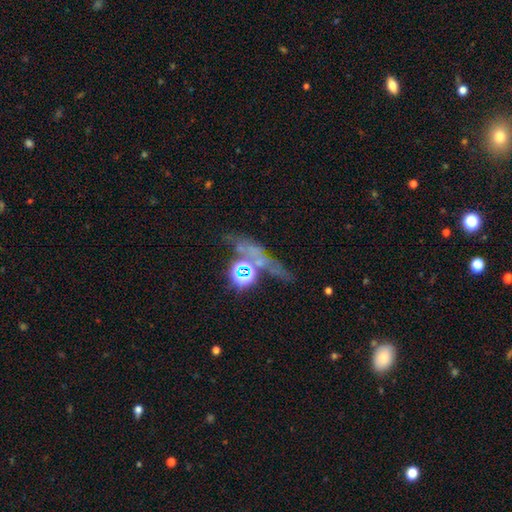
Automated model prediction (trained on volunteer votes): Overall: star or artifact (51%; featured or disk 26%).